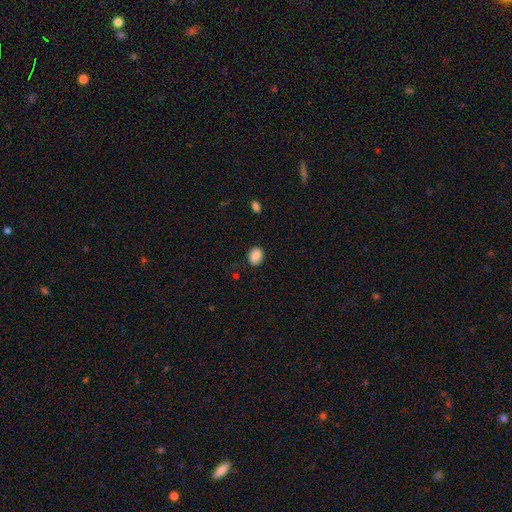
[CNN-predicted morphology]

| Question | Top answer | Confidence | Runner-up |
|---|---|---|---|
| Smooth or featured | smooth | 89% | star or artifact (8%) |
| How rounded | in between | 56% | round (43%) |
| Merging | none | 85% | minor disturbance (11%) |